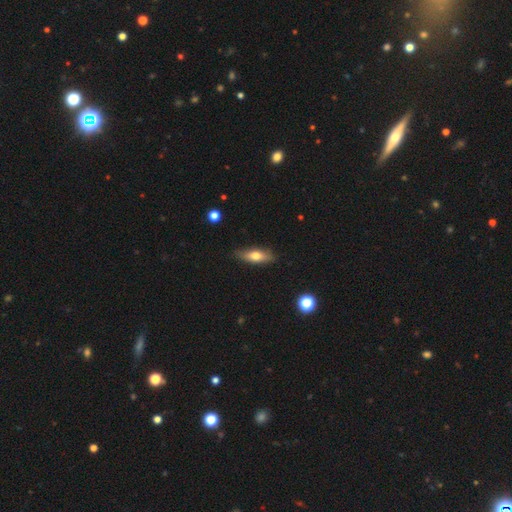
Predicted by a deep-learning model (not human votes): Smooth or featured?
  - smooth: 63% *
  - featured or disk: 30%
  - star or artifact: 7%
How rounded?
  - in between: 56% *
  - cigar-shaped: 41%
  - round: 3%
Merging?
  - none: 84% *
  - minor disturbance: 12%
  - major disturbance: 2%
  - merger: 1%